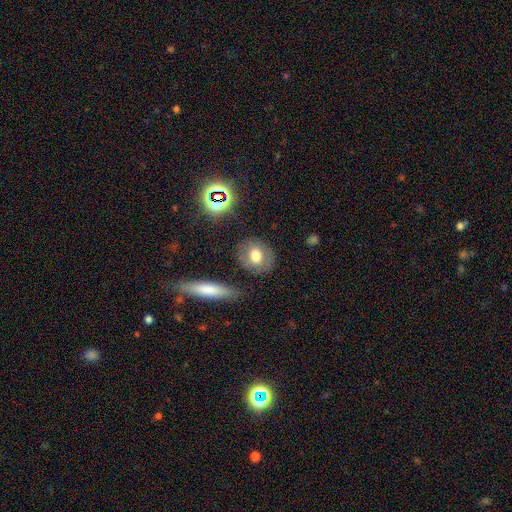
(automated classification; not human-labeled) Overall: smooth (66%). How rounded: round (63%; in between 35%). Merging: none (80%).